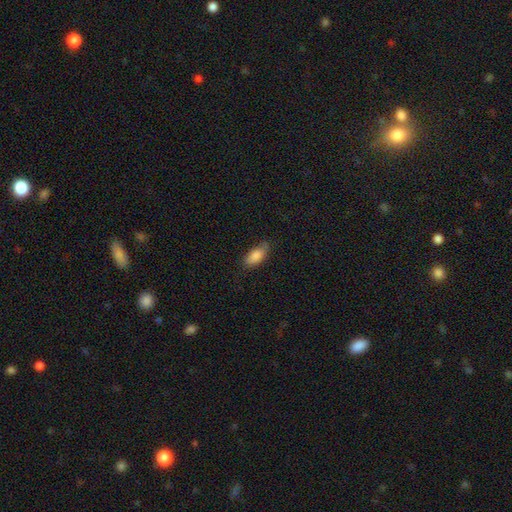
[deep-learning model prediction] A smooth galaxy with no disk features (86%) that is in between round and cigar-shaped (88%). Merging: none (69%).